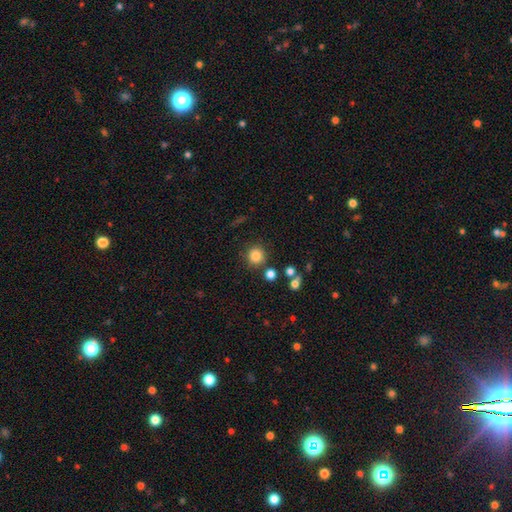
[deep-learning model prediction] smooth 83%, star or artifact 11%, featured or disk 6%. Down the decision tree: how rounded — round (93%); merging — none (81%).